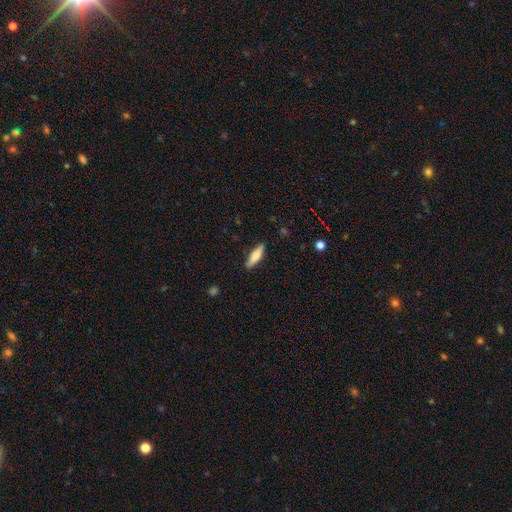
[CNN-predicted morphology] type=smooth (73%); roundness=cigar-shaped (65%); merging=none (84%).